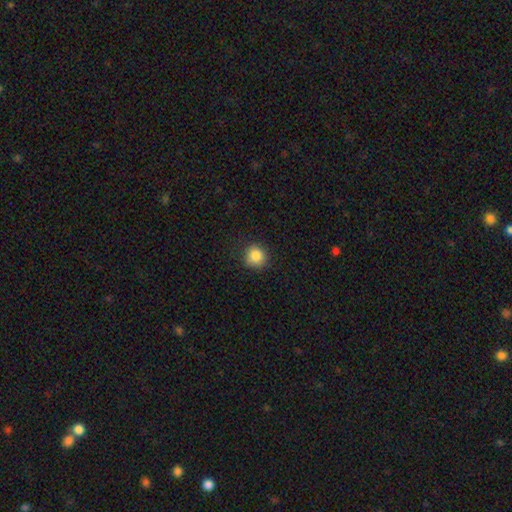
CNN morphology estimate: smooth-or-featured: smooth: 85% | star or artifact: 10% | featured or disk: 5%
  how-rounded: round: 90% | in between: 9% | cigar-shaped: 1%
  merging: none: 85% | minor disturbance: 11% | major disturbance: 3% | merger: 1%